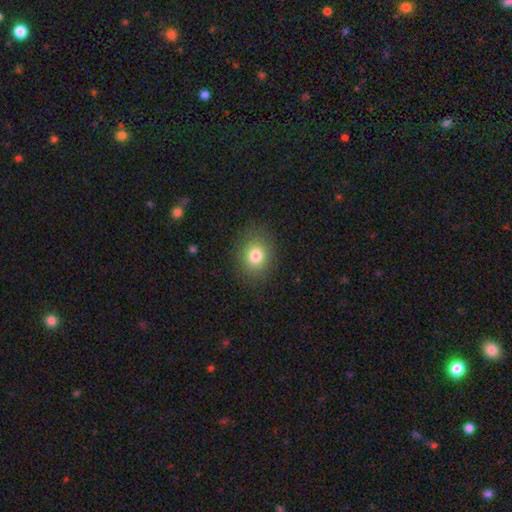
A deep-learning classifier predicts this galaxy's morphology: smooth 79%, star or artifact 11%, featured or disk 10%. Down the decision tree: how rounded — round (59%); merging — none (85%).